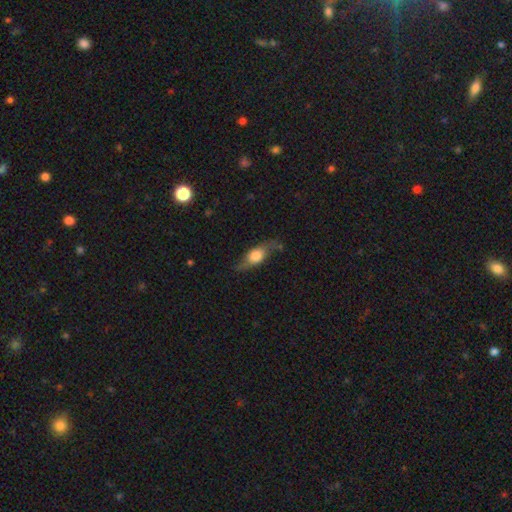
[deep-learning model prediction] Overall: featured or disk (51%; smooth 42%). Edge-on disk: yes (58%; no 42%). Merging: none (67%).